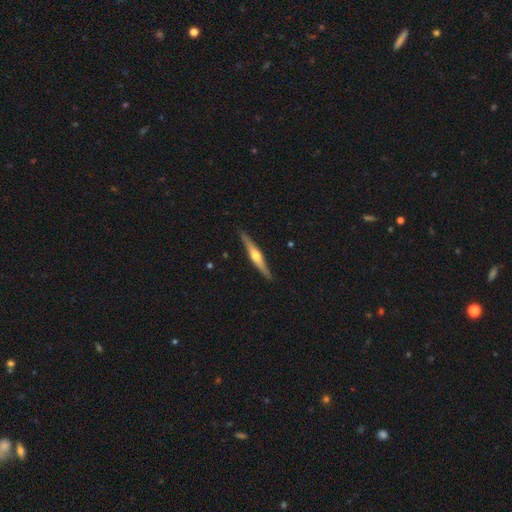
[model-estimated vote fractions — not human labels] This appears to be a featured or disk galaxy (68%) viewed edge-on (97%) with a rounded central bulge (92%). Merging: none (90%).